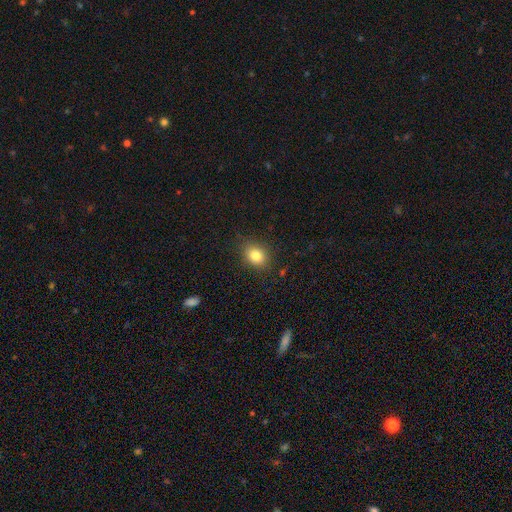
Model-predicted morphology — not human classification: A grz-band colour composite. It shows a smooth galaxy with no disk features (81%) that is in between round and cigar-shaped (51%). Merging: none (85%).